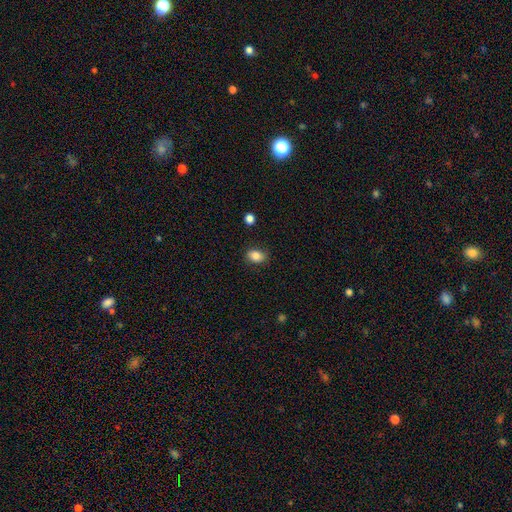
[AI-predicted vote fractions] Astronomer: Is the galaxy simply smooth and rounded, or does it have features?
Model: smooth — 84%.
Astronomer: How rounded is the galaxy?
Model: in between — 69%.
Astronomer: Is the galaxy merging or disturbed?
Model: none — 83%.